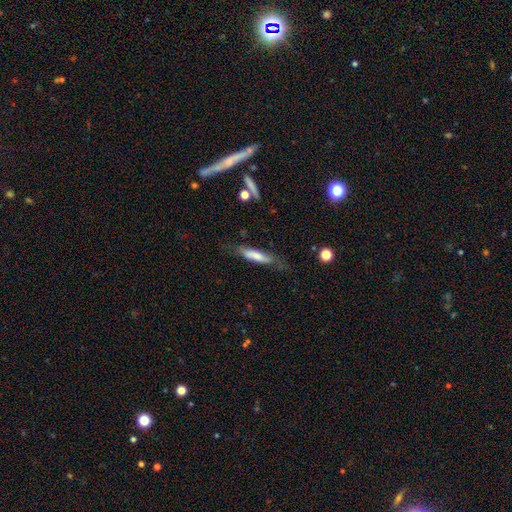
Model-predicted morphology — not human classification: Q: Smooth or featured?
A: smooth (63%); runner-up: featured or disk (30%)
Q: How rounded?
A: cigar-shaped (75%); runner-up: in between (23%)
Q: Merging?
A: none (66%); runner-up: minor disturbance (22%)